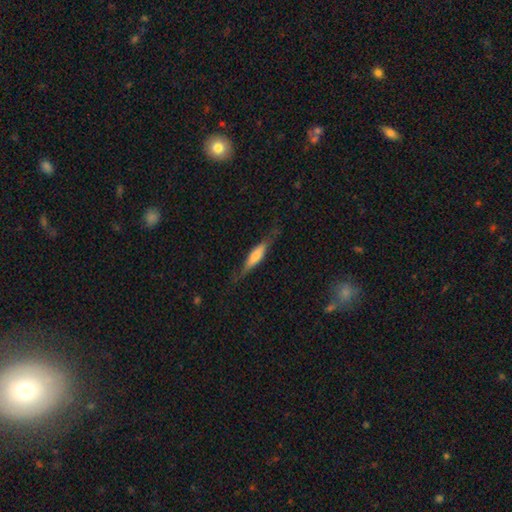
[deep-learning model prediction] Q: Smooth or featured?
A: smooth (52%); runner-up: featured or disk (42%)
Q: How rounded?
A: cigar-shaped (73%); runner-up: in between (24%)
Q: Merging?
A: none (73%); runner-up: minor disturbance (18%)